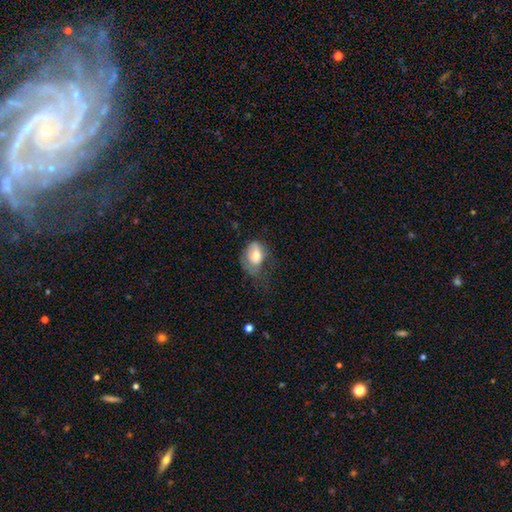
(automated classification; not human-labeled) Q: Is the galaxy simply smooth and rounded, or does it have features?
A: smooth — 68%.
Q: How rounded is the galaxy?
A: in between — 79%.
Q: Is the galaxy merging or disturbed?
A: major disturbance — 33%, tied with none.